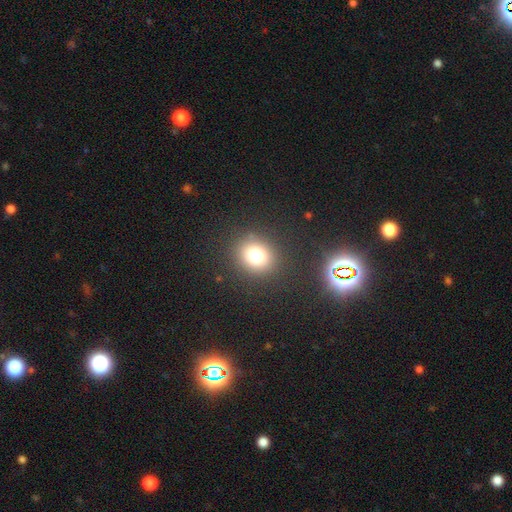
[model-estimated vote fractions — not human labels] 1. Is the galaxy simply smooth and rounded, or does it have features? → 74% smooth, 17% star or artifact, 9% featured or disk.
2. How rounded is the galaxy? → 78% round, 21% in between, 1% cigar-shaped.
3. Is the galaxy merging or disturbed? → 87% none, 7% minor disturbance, 4% major disturbance, 2% merger.